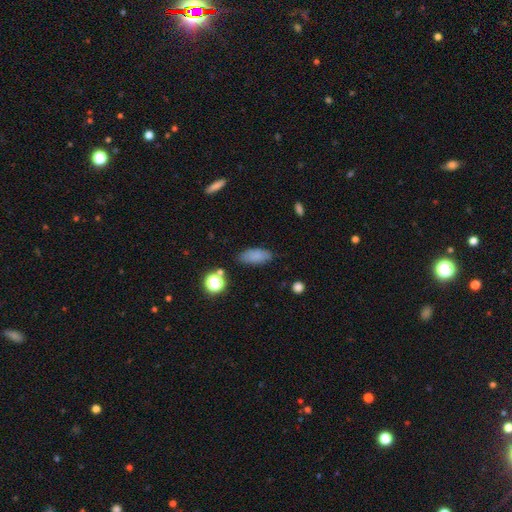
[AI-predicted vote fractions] The model was most divided on "merging": none: 80%, minor disturbance: 14%, major disturbance: 4%, merger: 3%. More confident: how rounded — in between (83%); smooth or featured — smooth (82%).